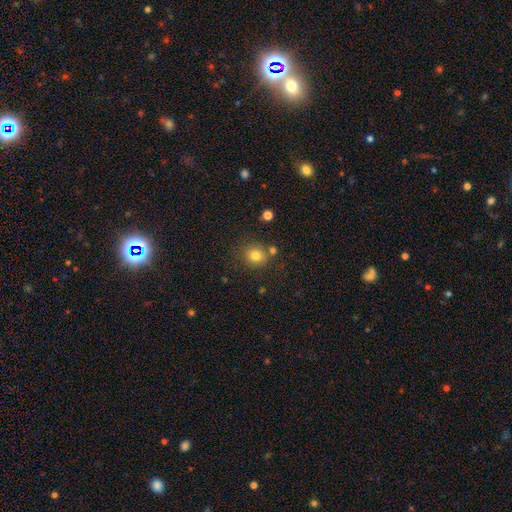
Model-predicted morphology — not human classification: smooth_or_featured: smooth (p=0.79) [alt: star or artifact p=0.13]
how_rounded: round (p=0.85) [alt: in between p=0.15]
merging: none (p=0.75) [alt: minor disturbance p=0.11]